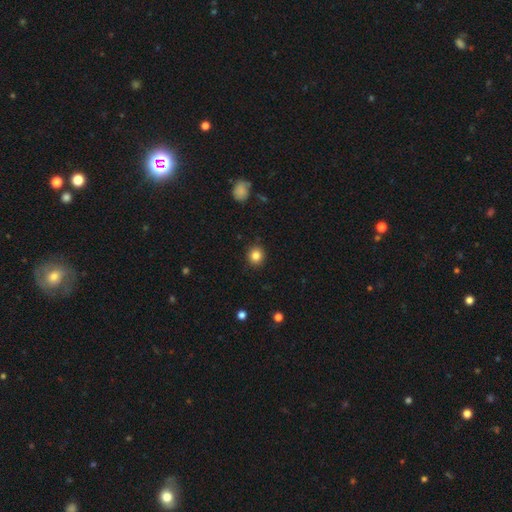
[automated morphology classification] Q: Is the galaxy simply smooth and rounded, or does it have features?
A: smooth — 84%.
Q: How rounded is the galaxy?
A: round — 86%.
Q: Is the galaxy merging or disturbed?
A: none — 90%.